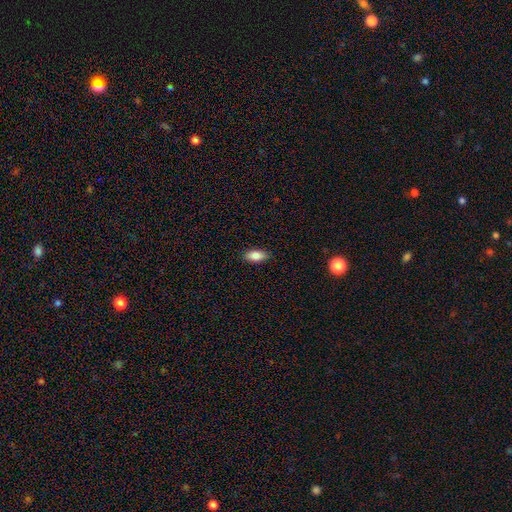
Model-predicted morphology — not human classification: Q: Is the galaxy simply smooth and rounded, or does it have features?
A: smooth — 83%.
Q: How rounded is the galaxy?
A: in between — 89%.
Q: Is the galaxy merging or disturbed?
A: none — 88%.